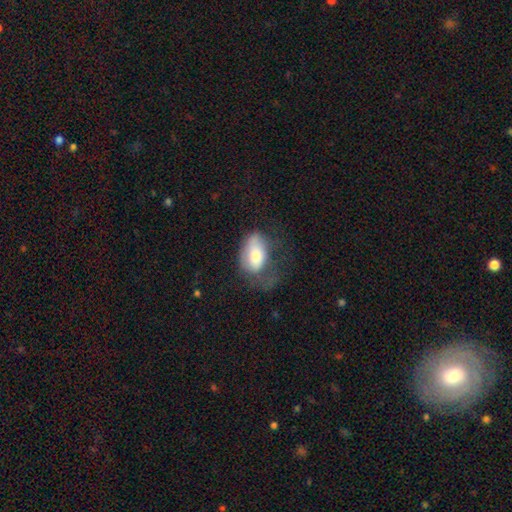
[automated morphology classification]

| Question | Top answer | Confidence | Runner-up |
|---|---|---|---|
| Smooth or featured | smooth | 69% | featured or disk (24%) |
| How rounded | in between | 90% | round (8%) |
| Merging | major disturbance | 39% | minor disturbance (30%) |